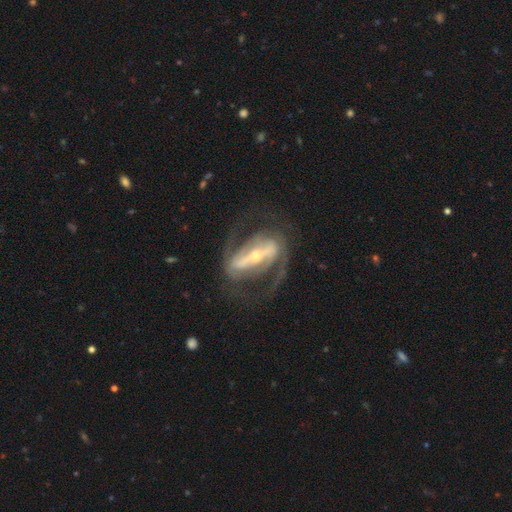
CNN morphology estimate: Smooth or featured? featured or disk (90%)
Edge-on disk? no (90%)
Bar? strong (80%)
Spiral arms? yes (90%)
Spiral winding? medium (52%)
Spiral arm count? 2 (89%)
Bulge size? small (63%)
Merging? none (71%)